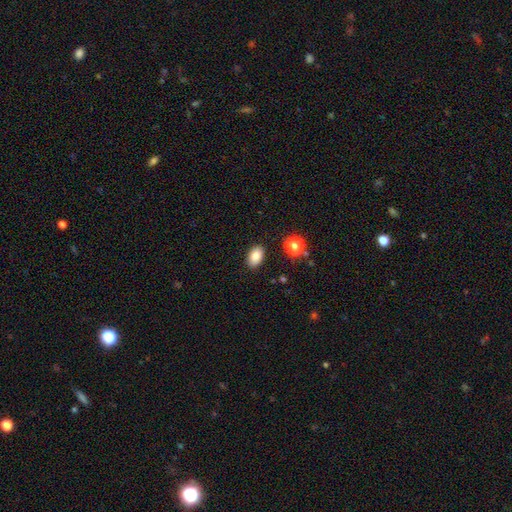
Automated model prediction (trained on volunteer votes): Q: Smooth or featured?
A: smooth (84%); runner-up: star or artifact (9%)
Q: How rounded?
A: in between (89%); runner-up: round (9%)
Q: Merging?
A: none (88%); runner-up: minor disturbance (8%)